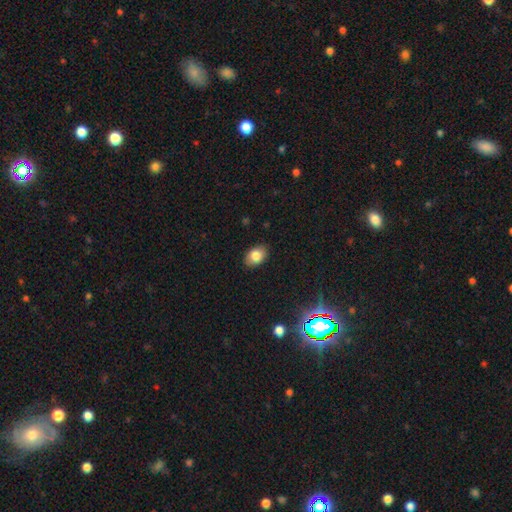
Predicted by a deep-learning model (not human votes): Q: Smooth or featured?
A: smooth (82%); runner-up: star or artifact (9%)
Q: How rounded?
A: in between (83%); runner-up: round (16%)
Q: Merging?
A: none (88%); runner-up: minor disturbance (9%)